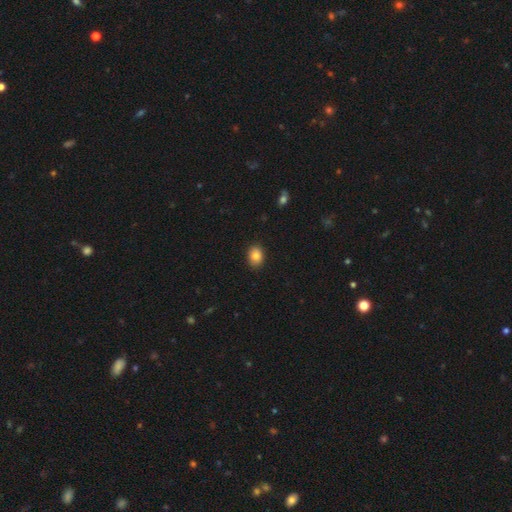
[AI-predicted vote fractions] Smooth or featured?
  - smooth: 84% *
  - star or artifact: 9%
  - featured or disk: 7%
How rounded?
  - in between: 69% *
  - round: 30%
  - cigar-shaped: 1%
Merging?
  - none: 88% *
  - minor disturbance: 9%
  - major disturbance: 2%
  - merger: 1%